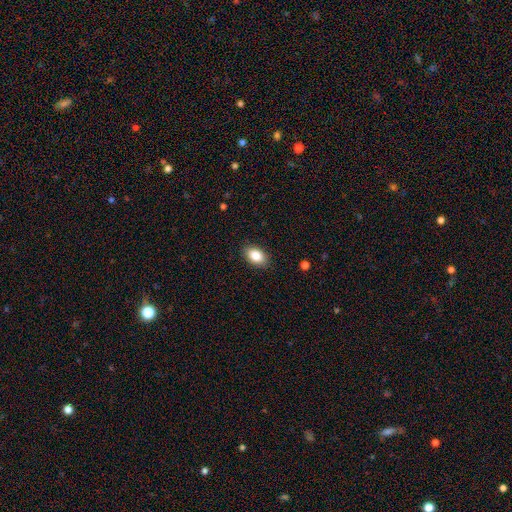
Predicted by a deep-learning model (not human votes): Morphology: type=smooth (85%); roundness=in between (90%); merging=none (88%).